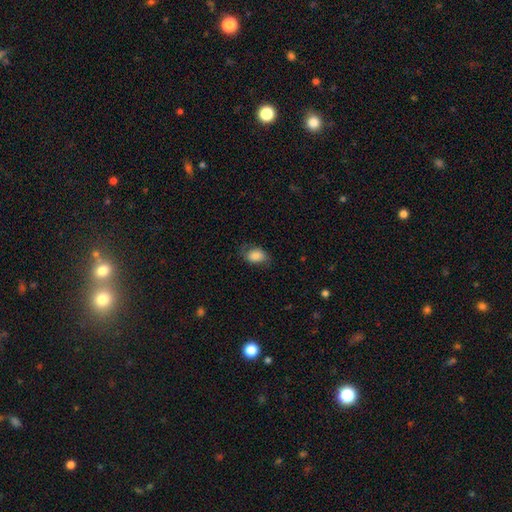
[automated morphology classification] This appears to be a smooth galaxy with no disk features (78%) that is in between round and cigar-shaped (80%). Merging: none (63%).